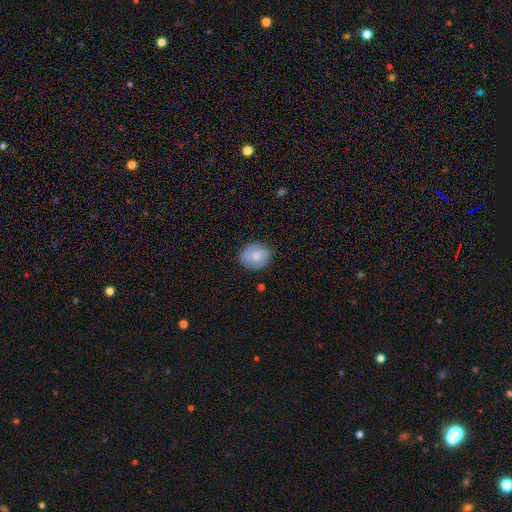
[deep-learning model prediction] Smooth or featured: smooth — 76% (featured or disk — 17%)
How rounded: round — 66% (in between — 33%)
Merging: none — 80% (minor disturbance — 15%)